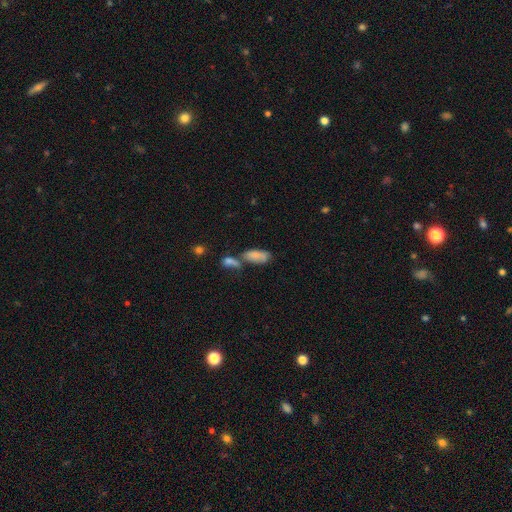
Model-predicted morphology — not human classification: smooth 78%, featured or disk 14%, star or artifact 9%. Down the decision tree: how rounded — in between (84%); merging — merger (42%).